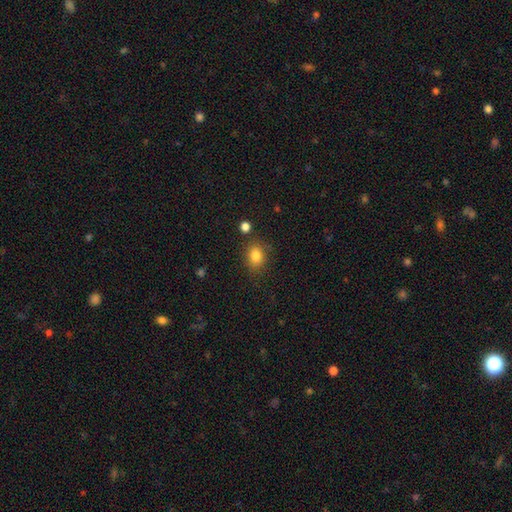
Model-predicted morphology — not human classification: A smooth galaxy with no disk features (83%) that is in between round and cigar-shaped (59%). Merging: none (79%).